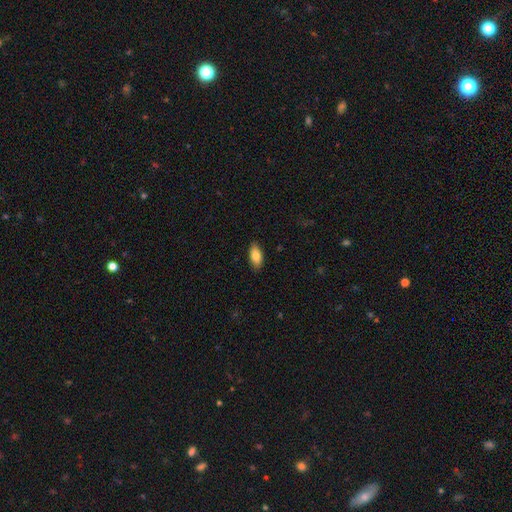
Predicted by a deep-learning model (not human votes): Q: Smooth or featured?
A: smooth (82%); runner-up: featured or disk (12%)
Q: How rounded?
A: in between (89%); runner-up: cigar-shaped (9%)
Q: Merging?
A: none (86%); runner-up: minor disturbance (11%)